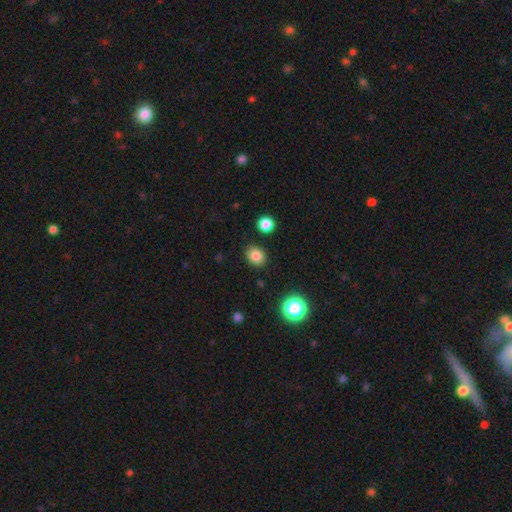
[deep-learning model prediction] Morphology: type=smooth (83%); roundness=round (53%); merging=none (87%).